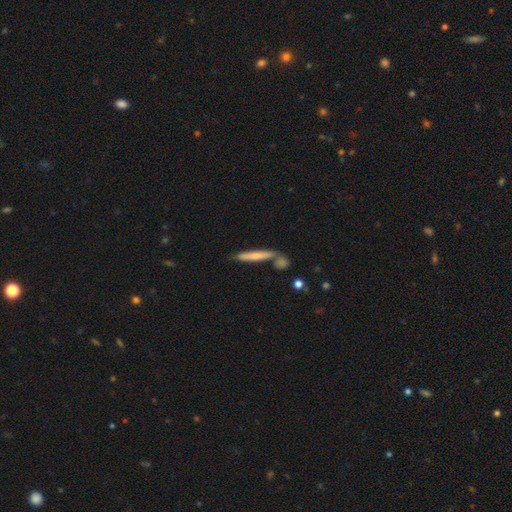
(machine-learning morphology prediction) Q: Smooth or featured?
A: smooth (62%); runner-up: featured or disk (31%)
Q: How rounded?
A: cigar-shaped (93%); runner-up: in between (5%)
Q: Merging?
A: none (69%); runner-up: merger (15%)